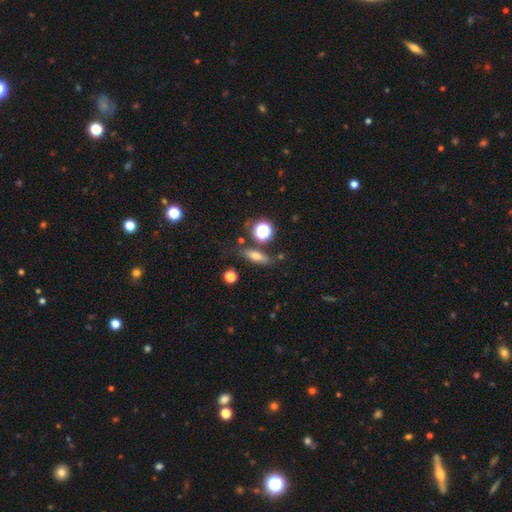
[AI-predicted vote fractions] smooth 64%, featured or disk 21%, star or artifact 15%. Down the decision tree: how rounded — in between (47%); merging — none (75%).